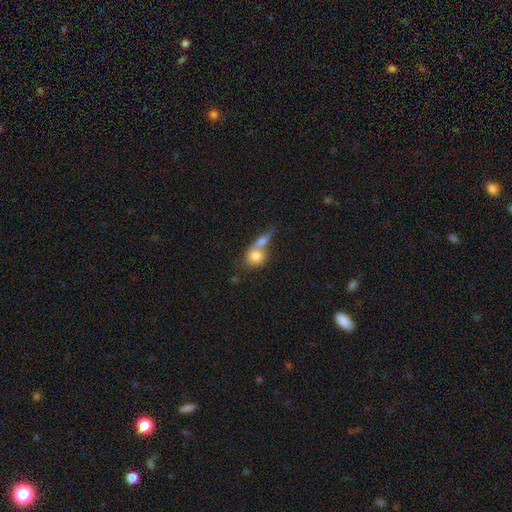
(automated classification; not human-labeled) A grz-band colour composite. It shows a smooth galaxy with no disk features (76%) that is round (65%). Merging: merger (65%).